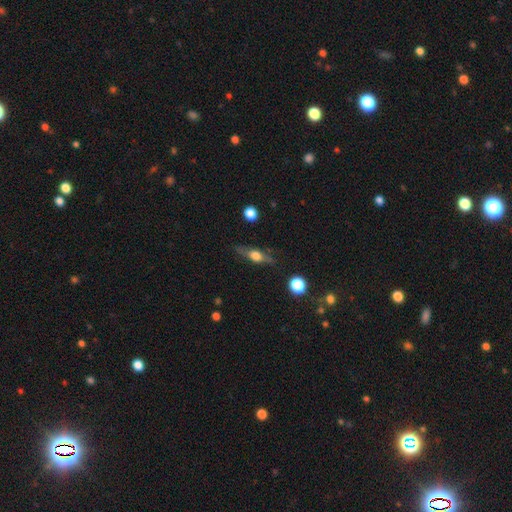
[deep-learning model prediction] A featured or disk galaxy (51%) viewed edge-on (86%). Merging: none (75%).